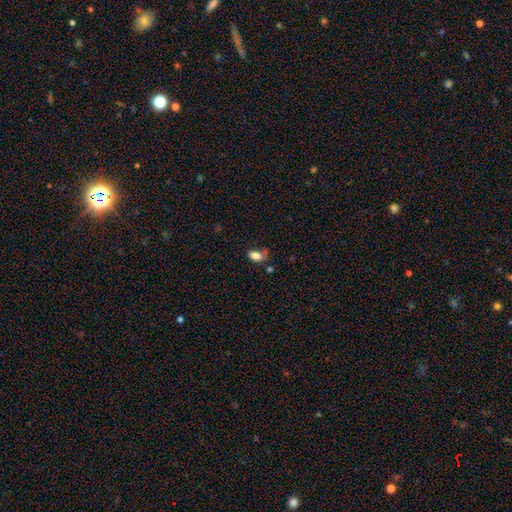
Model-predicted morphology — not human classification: smooth_or_featured: smooth (p=0.82) [alt: star or artifact p=0.09]
how_rounded: in between (p=0.89) [alt: round p=0.08]
merging: none (p=0.58) [alt: minor disturbance p=0.25]